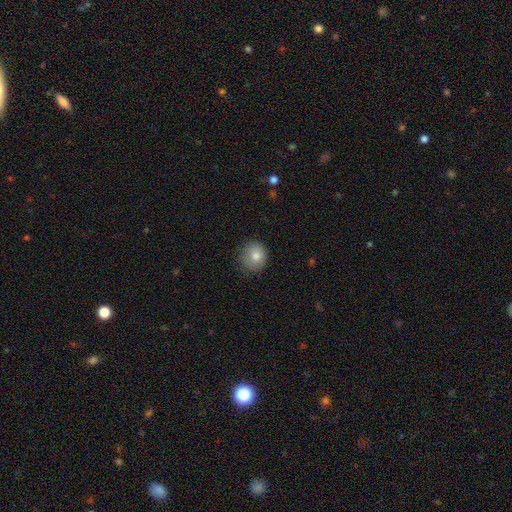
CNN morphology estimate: The model was most divided on "merging": none: 80%, minor disturbance: 15%, major disturbance: 4%, merger: 1%. More confident: how rounded — round (85%); smooth or featured — smooth (81%).